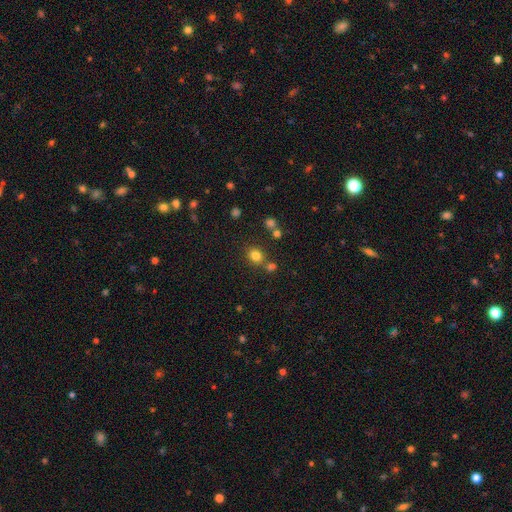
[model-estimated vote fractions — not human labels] smooth 80%, star or artifact 14%, featured or disk 6%. Down the decision tree: how rounded — round (64%); merging — none (72%).